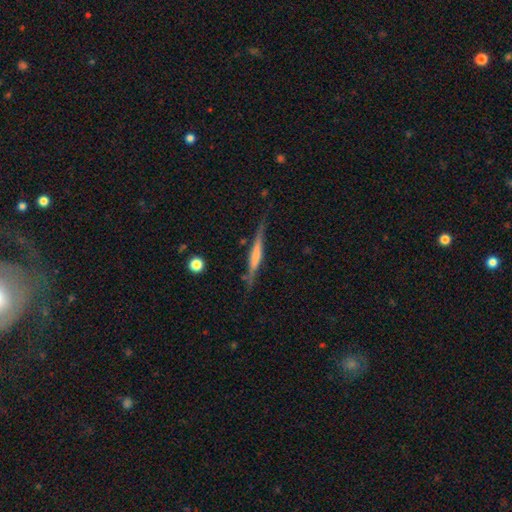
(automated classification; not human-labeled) Overall: featured or disk (60%; smooth 34%). Edge-on disk: yes (96%). Edge-on bulge: none (43%; rounded 30%). Merging: none (80%).